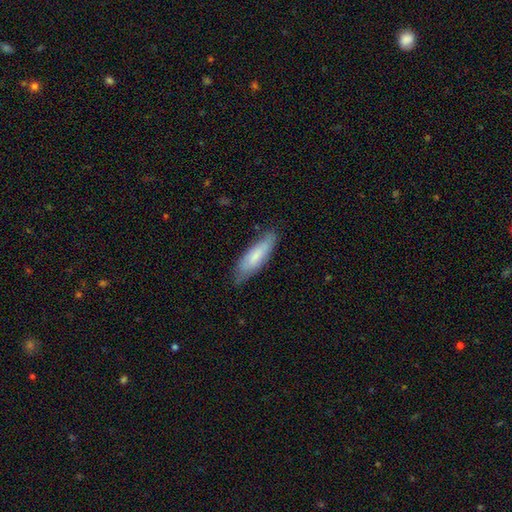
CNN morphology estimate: Q: Smooth or featured?
A: smooth (73%); runner-up: featured or disk (22%)
Q: How rounded?
A: cigar-shaped (57%); runner-up: in between (42%)
Q: Merging?
A: none (74%); runner-up: minor disturbance (21%)